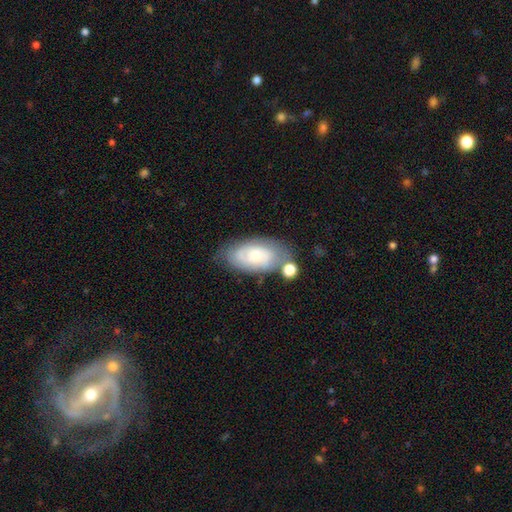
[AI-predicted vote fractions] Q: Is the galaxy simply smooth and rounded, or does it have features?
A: featured or disk — 51%.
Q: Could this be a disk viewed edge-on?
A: no — 92%.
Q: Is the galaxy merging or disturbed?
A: none — 58%.